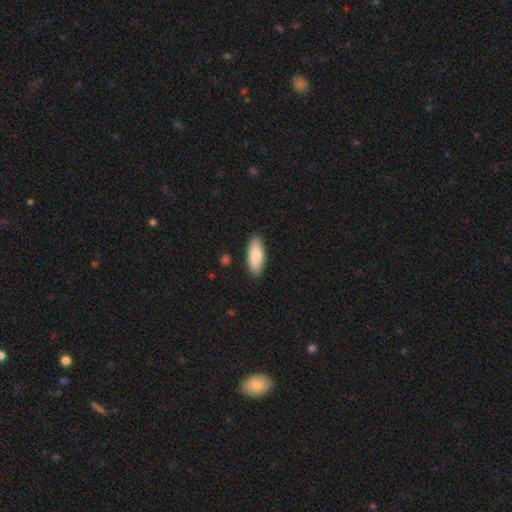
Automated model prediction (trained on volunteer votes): This appears to be a smooth galaxy with no disk features (86%) that is in between round and cigar-shaped (78%). Merging: none (88%).